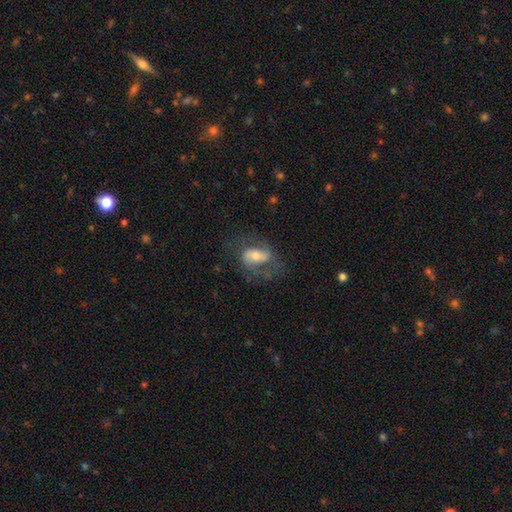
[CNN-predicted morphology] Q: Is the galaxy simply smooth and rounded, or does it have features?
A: featured or disk — 68%.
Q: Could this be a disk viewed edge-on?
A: no — 96%.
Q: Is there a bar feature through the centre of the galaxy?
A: weak — 41%.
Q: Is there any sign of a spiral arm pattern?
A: yes — 86%.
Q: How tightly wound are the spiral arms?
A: medium — 50%.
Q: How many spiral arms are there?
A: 2 — 81%.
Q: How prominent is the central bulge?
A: moderate — 58%.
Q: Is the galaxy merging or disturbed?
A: none — 60%.